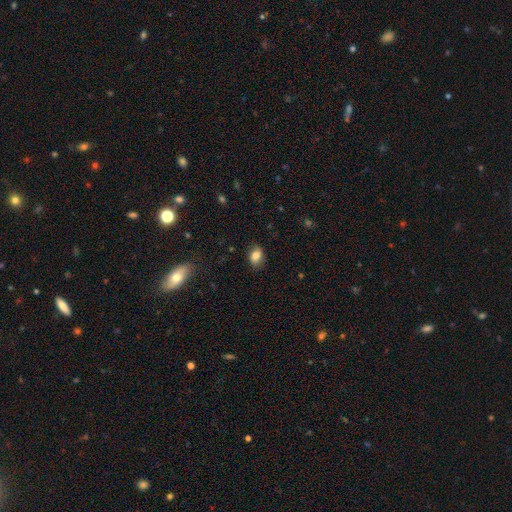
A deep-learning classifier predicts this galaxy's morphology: This appears to be a smooth galaxy with no disk features (81%) that is in between round and cigar-shaped (74%). Merging: none (82%).